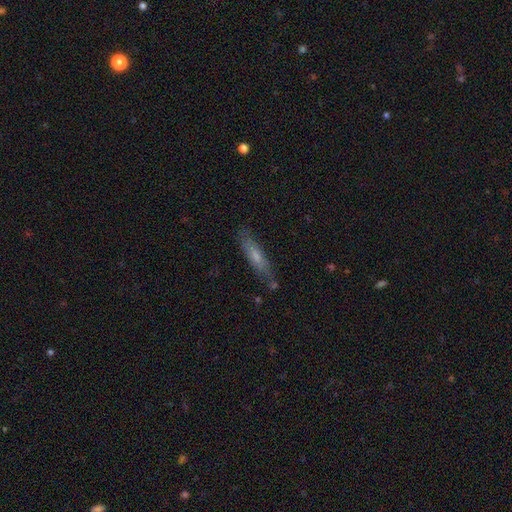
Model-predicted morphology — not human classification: smooth 53%, featured or disk 38%, star or artifact 9%. Down the decision tree: how rounded — cigar-shaped (81%); merging — none (79%).